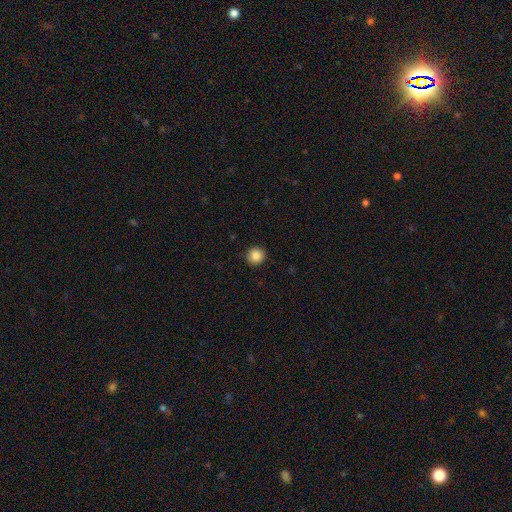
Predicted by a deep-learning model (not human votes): This appears to be a smooth galaxy with no disk features (87%) that is round (94%). Merging: none (92%).